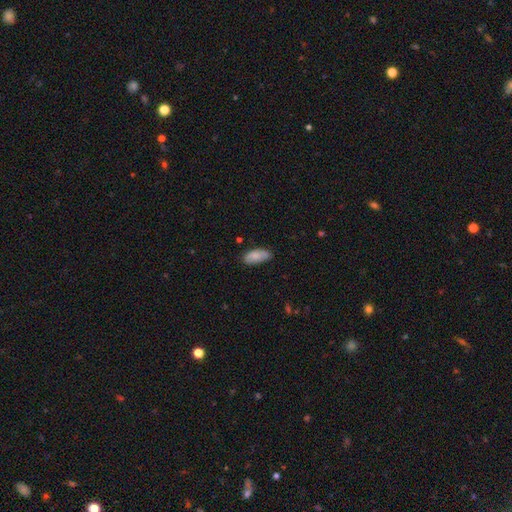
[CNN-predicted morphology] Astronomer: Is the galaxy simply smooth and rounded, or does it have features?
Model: smooth — 82%.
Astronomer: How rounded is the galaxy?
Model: in between — 88%.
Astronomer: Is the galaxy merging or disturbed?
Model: none — 76%.